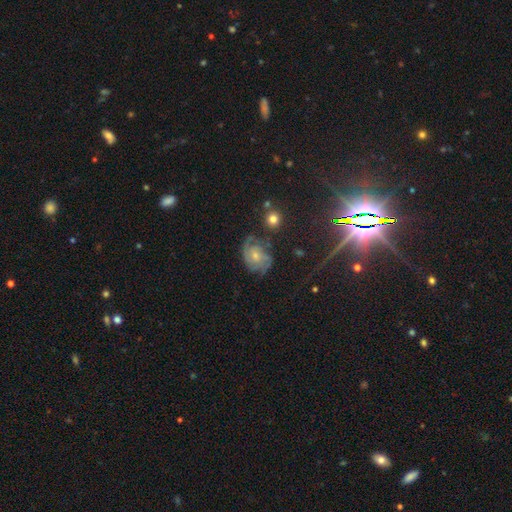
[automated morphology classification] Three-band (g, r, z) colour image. It shows a featured or disk galaxy (68%) with no bar (70%), tight (47%) spiral arms (89%) and a small central bulge (55%). Merging: none (57%).